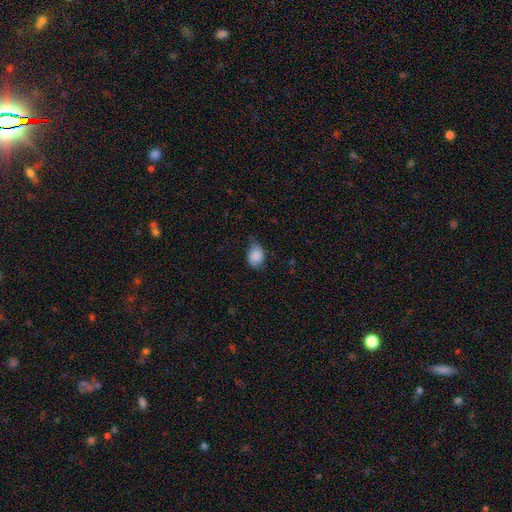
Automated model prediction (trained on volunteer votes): smooth 85%, featured or disk 8%, star or artifact 8%. Down the decision tree: how rounded — in between (66%); merging — none (55%).